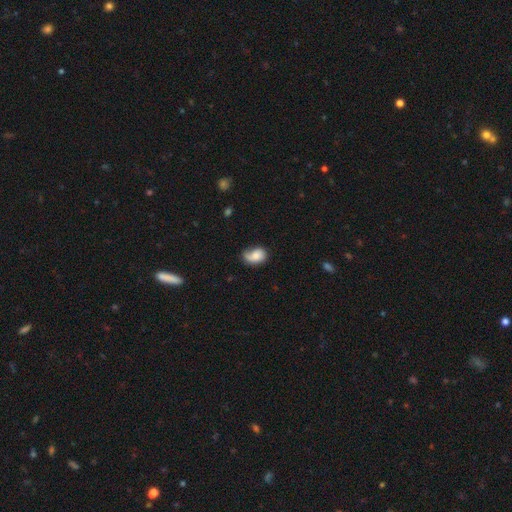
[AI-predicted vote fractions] Morphology: type=smooth (59%); roundness=in between (79%); merging=none (48%).